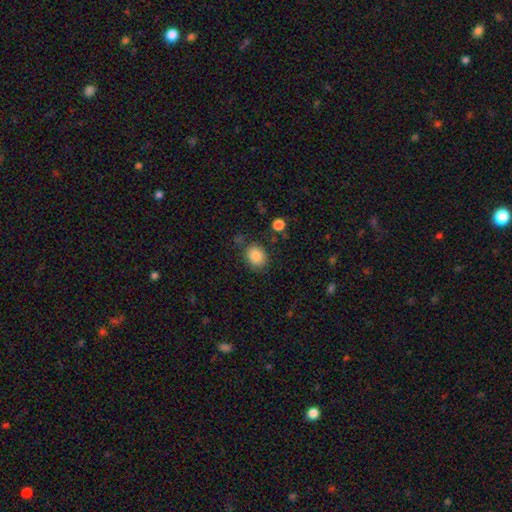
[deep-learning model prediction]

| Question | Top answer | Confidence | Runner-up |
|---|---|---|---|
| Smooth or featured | smooth | 86% | star or artifact (9%) |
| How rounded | round | 55% | in between (44%) |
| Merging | none | 80% | minor disturbance (12%) |